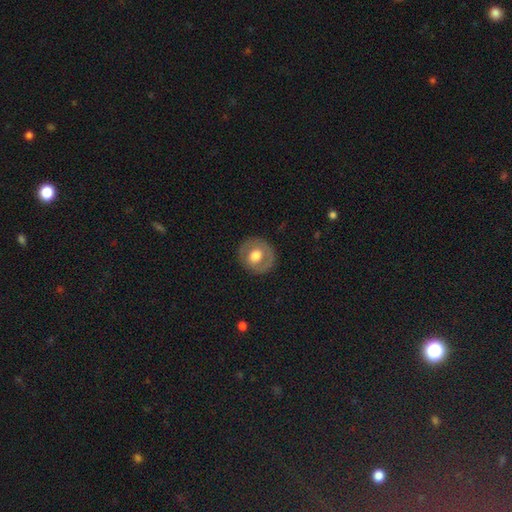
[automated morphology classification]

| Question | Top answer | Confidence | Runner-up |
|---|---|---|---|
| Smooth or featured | smooth | 54% | featured or disk (39%) |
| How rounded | round | 87% | in between (12%) |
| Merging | none | 84% | minor disturbance (11%) |